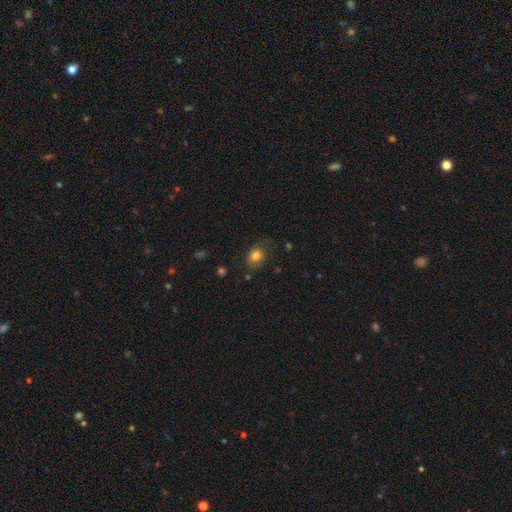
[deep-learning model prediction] Morphology: type=smooth (80%); roundness=in between (56%); merging=none (68%).